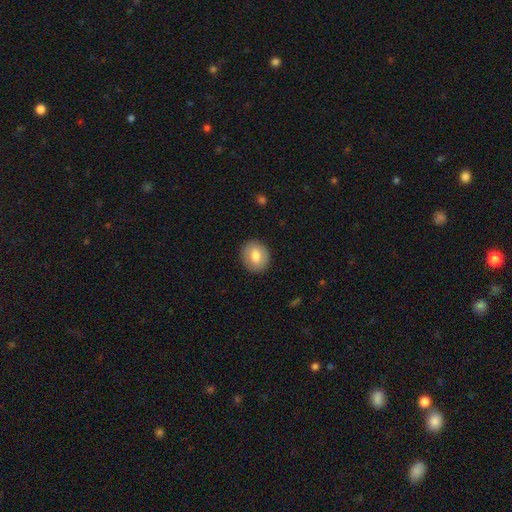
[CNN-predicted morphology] This is likely a smooth galaxy (70%). How rounded: possibly round (56%). Merging: clearly none (87%).